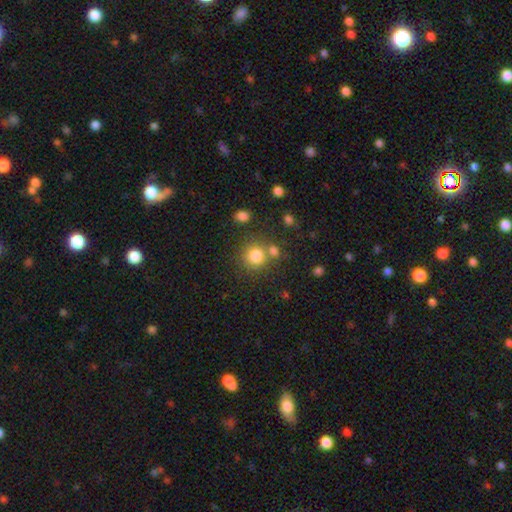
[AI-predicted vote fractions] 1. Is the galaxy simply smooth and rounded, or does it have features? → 81% smooth, 12% star or artifact, 7% featured or disk.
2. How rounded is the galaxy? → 91% round, 8% in between, 1% cigar-shaped.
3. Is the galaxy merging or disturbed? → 68% none, 18% merger, 9% minor disturbance, 4% major disturbance.